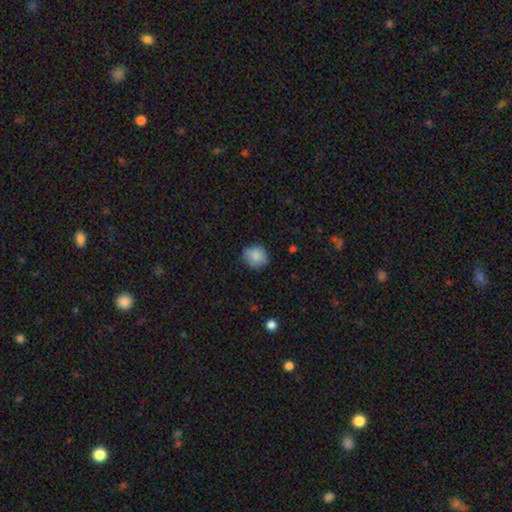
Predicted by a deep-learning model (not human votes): Q: Smooth or featured?
A: smooth (86%); runner-up: star or artifact (8%)
Q: How rounded?
A: round (77%); runner-up: in between (22%)
Q: Merging?
A: none (81%); runner-up: minor disturbance (15%)